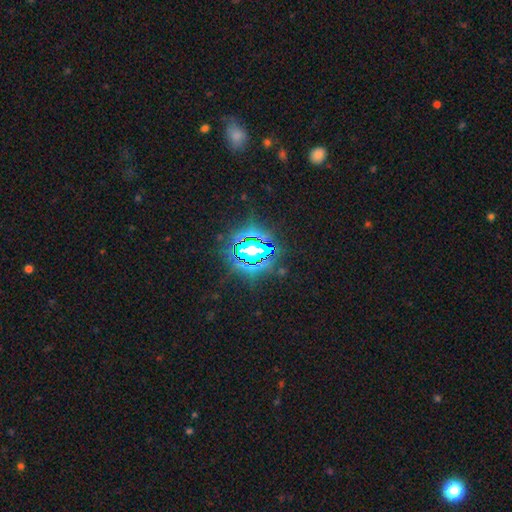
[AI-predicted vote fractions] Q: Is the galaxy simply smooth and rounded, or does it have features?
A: star or artifact — 76%.